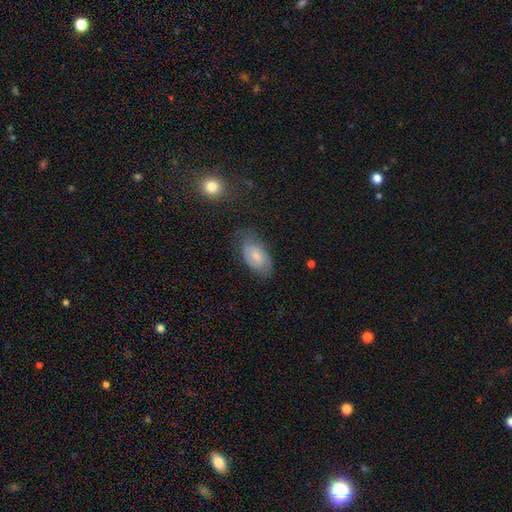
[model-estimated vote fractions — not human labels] Smooth or featured?
  - smooth: 56% *
  - featured or disk: 36%
  - star or artifact: 8%
How rounded?
  - in between: 93% *
  - round: 5%
  - cigar-shaped: 2%
Merging?
  - none: 65% *
  - minor disturbance: 25%
  - major disturbance: 7%
  - merger: 2%